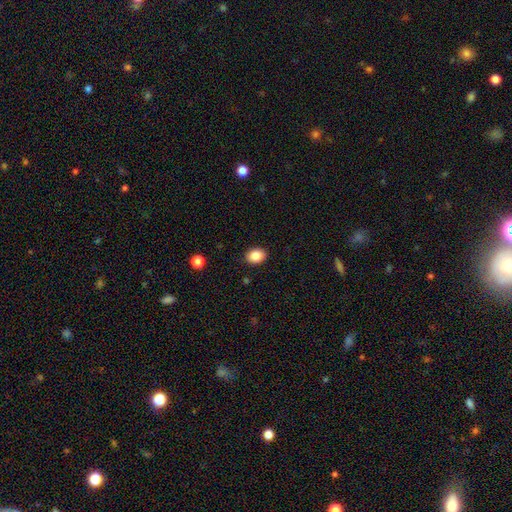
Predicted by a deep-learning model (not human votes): Smooth or featured? smooth (87%)
How rounded? in between (58%)
Merging? none (89%)